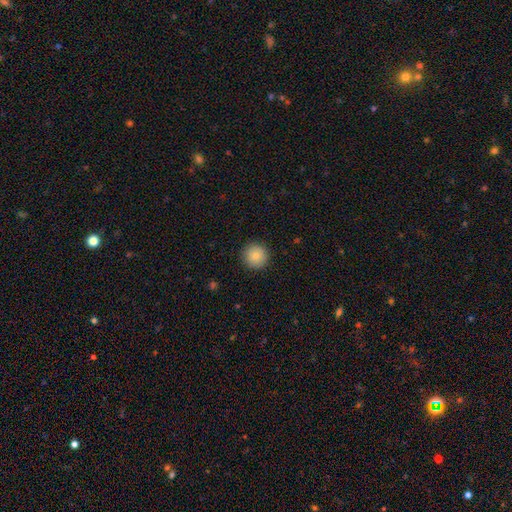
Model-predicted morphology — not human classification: Smooth or featured? smooth (85%)
How rounded? round (95%)
Merging? none (92%)